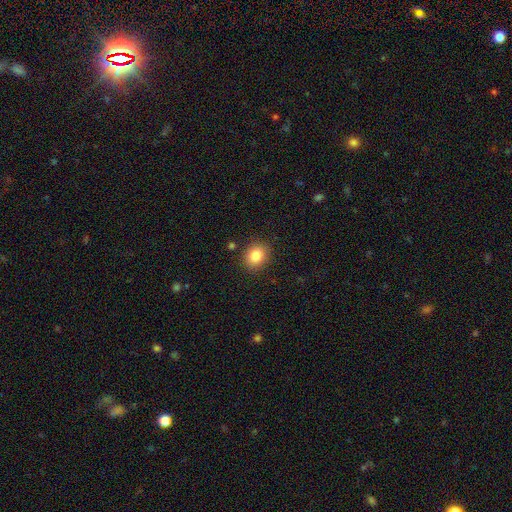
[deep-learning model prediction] smooth_or_featured: smooth (p=0.85) [alt: star or artifact p=0.09]
how_rounded: round (p=0.66) [alt: in between p=0.33]
merging: none (p=0.88) [alt: minor disturbance p=0.08]